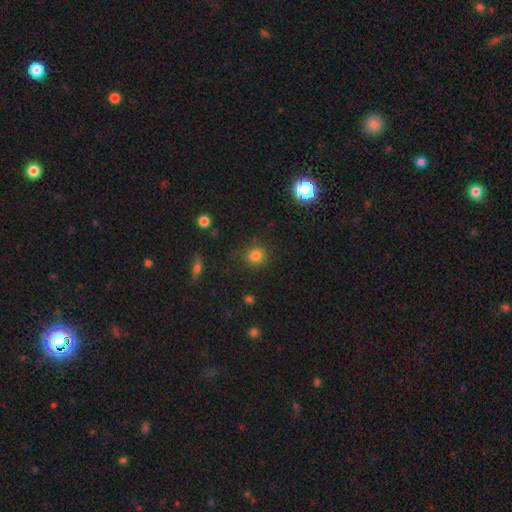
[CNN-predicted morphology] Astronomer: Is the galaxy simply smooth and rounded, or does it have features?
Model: smooth — 81%.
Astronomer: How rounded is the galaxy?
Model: round — 87%.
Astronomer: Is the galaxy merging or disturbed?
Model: none — 82%.